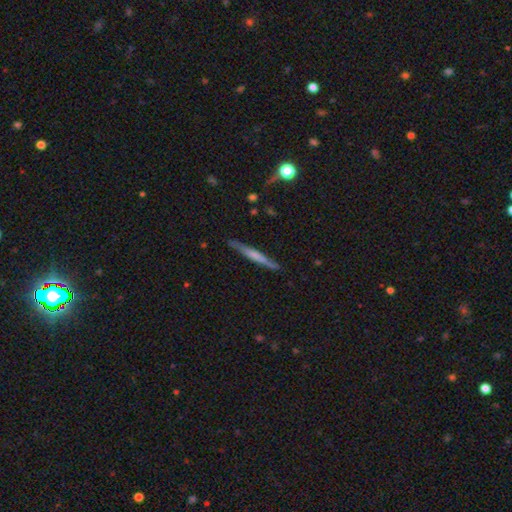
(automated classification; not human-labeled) This is possibly a featured or disk galaxy (53%). It is clearly viewed edge-on (96%). Edge-on bulge: possibly none (48%). Merging: clearly none (87%).